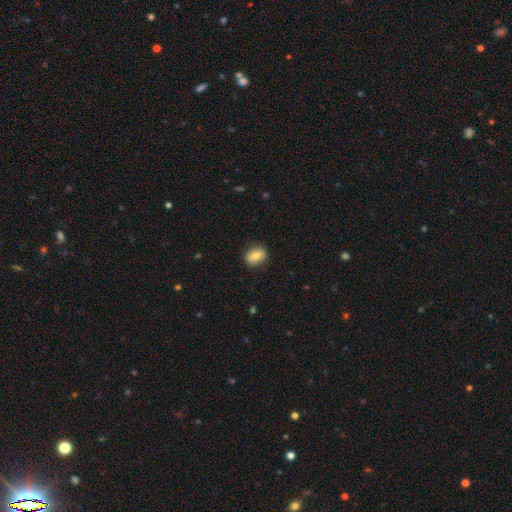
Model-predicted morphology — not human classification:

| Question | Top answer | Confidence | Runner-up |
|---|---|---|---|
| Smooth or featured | smooth | 74% | featured or disk (18%) |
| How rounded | round | 53% | in between (46%) |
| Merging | none | 87% | minor disturbance (10%) |